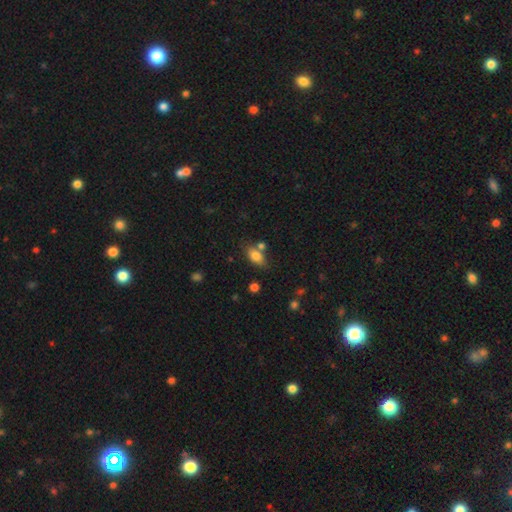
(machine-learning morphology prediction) smooth 79%, featured or disk 12%, star or artifact 9%. Down the decision tree: how rounded — in between (86%); merging — none (64%).